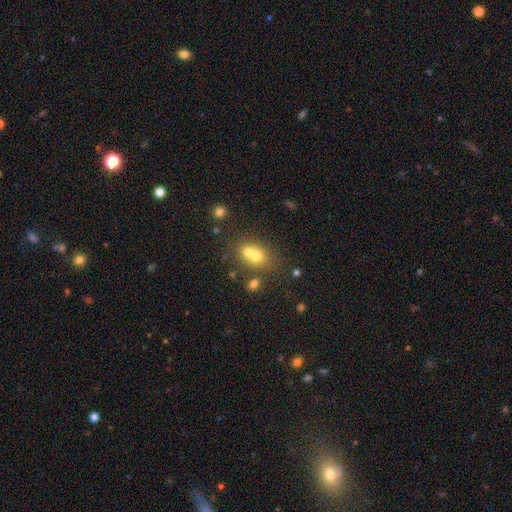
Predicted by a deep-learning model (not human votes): This is likely a smooth galaxy (65%). How rounded: likely round (60%). Merging: likely merger (61%).